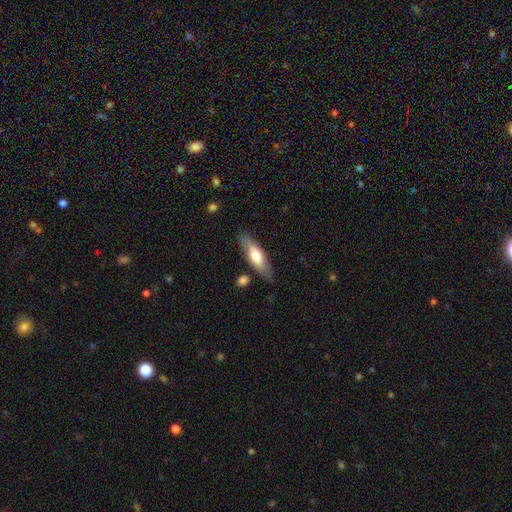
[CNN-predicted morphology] A smooth galaxy with no disk features (58%) that is in between round and cigar-shaped (50%). Merging: none (81%).